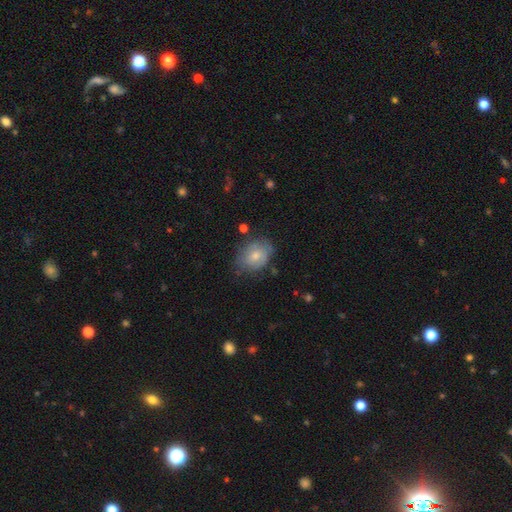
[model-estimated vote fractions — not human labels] This appears to be a smooth galaxy with no disk features (63%) that is in between round and cigar-shaped (60%). Merging: none (58%).